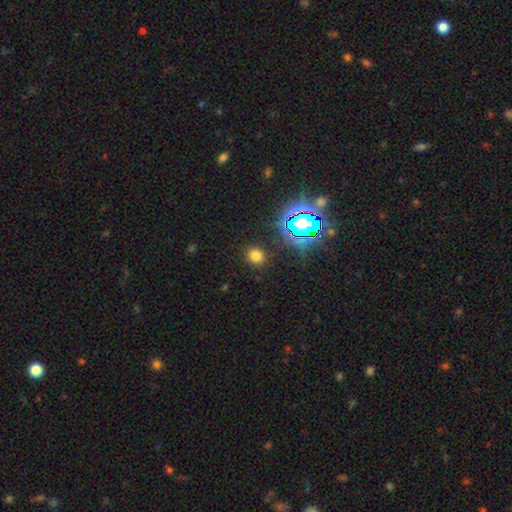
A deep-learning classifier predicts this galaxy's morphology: Overall: smooth (71%). How rounded: round (75%). Merging: none (88%).